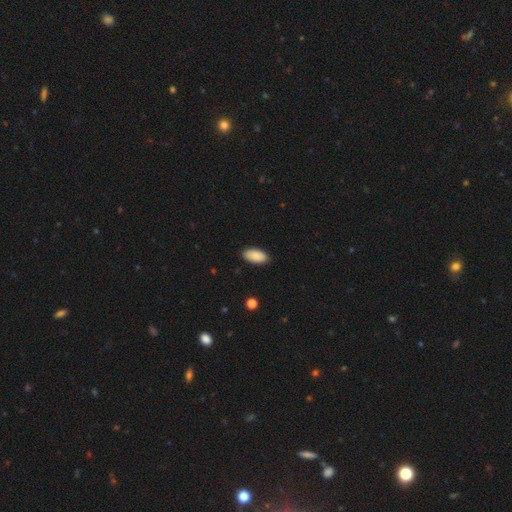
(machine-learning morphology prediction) Smooth or featured: smooth — 90% (star or artifact — 6%)
How rounded: in between — 95% (cigar-shaped — 3%)
Merging: none — 89% (minor disturbance — 9%)